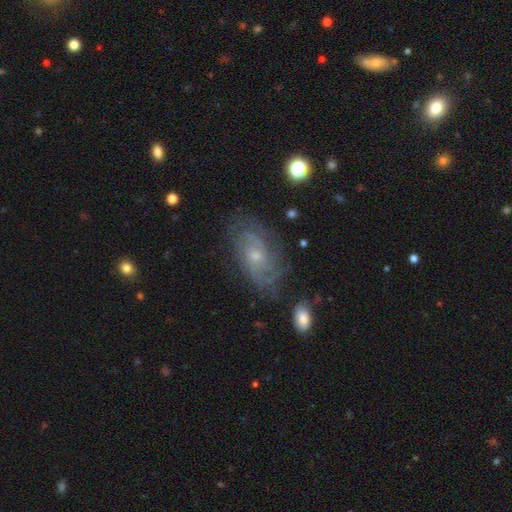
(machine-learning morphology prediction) Q: Smooth or featured?
A: featured or disk (80%); runner-up: smooth (12%)
Q: Edge-on disk?
A: no (96%); runner-up: yes (4%)
Q: Bar?
A: no (68%); runner-up: weak (27%)
Q: Spiral arms?
A: yes (94%); runner-up: no (6%)
Q: Spiral winding?
A: tight (55%); runner-up: medium (35%)
Q: Spiral arm count?
A: can't tell (34%); runner-up: 2 (33%)
Q: Bulge size?
A: small (69%); runner-up: moderate (27%)
Q: Merging?
A: none (74%); runner-up: minor disturbance (17%)